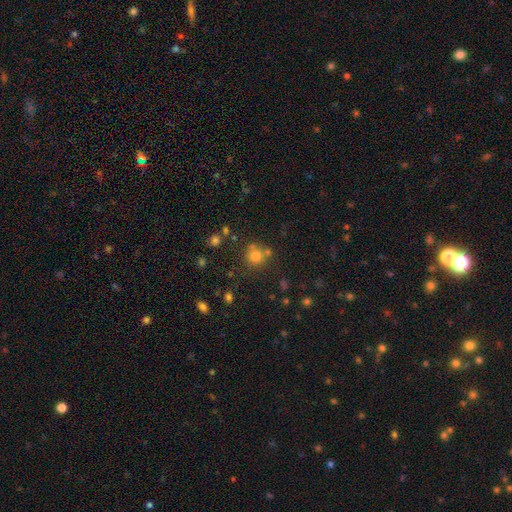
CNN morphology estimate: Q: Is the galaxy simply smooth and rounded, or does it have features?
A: smooth — 74%.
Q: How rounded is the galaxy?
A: round — 90%.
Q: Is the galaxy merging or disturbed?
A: none — 66%.